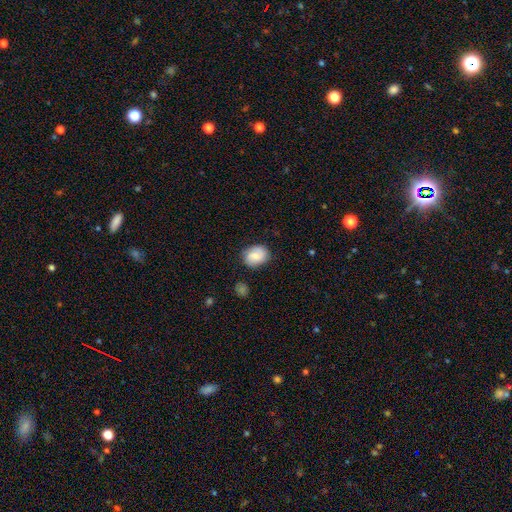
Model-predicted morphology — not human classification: This is likely a smooth galaxy (71%). How rounded: possibly in between (51%). Merging: likely none (76%).